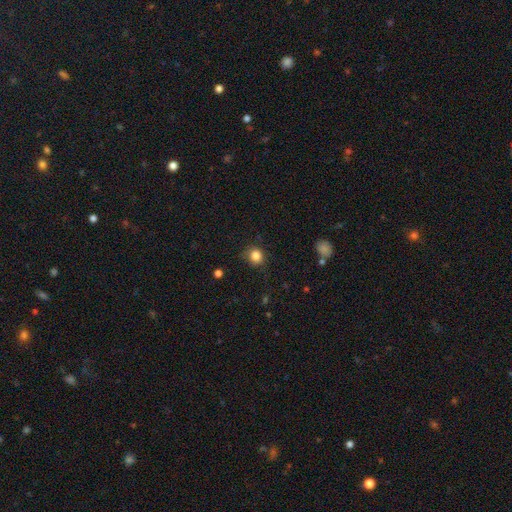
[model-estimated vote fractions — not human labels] smooth_or_featured: smooth (p=0.84) [alt: star or artifact p=0.11]
how_rounded: round (p=0.84) [alt: in between p=0.15]
merging: none (p=0.80) [alt: minor disturbance p=0.15]